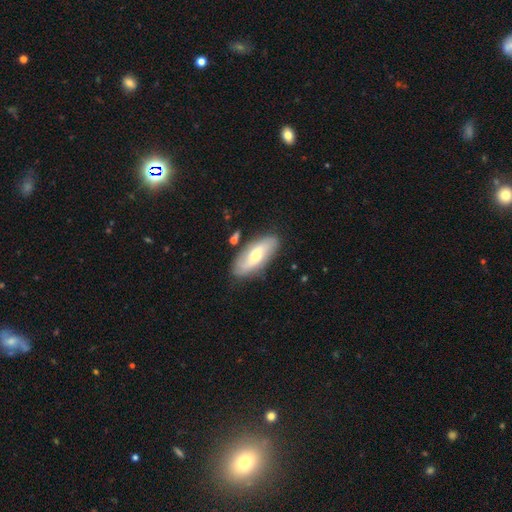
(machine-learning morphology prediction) The model was most divided on "smooth or featured": featured or disk: 51%, smooth: 43%, star or artifact: 6%. More confident: edge-on disk — no (81%); merging — none (79%).